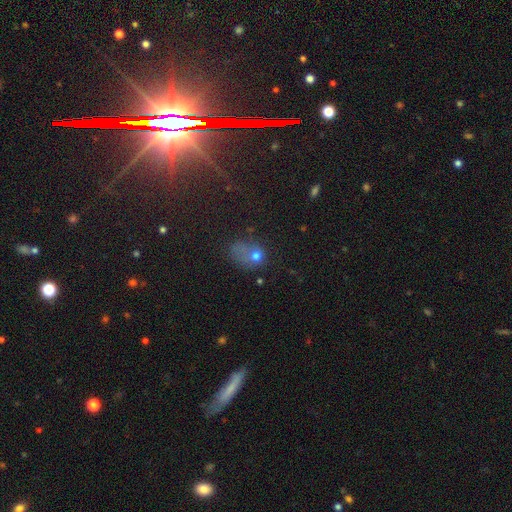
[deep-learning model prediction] Smooth or featured: smooth — 65% (featured or disk — 18%)
How rounded: in between — 54% (round — 45%)
Merging: major disturbance — 44% (none — 24%)